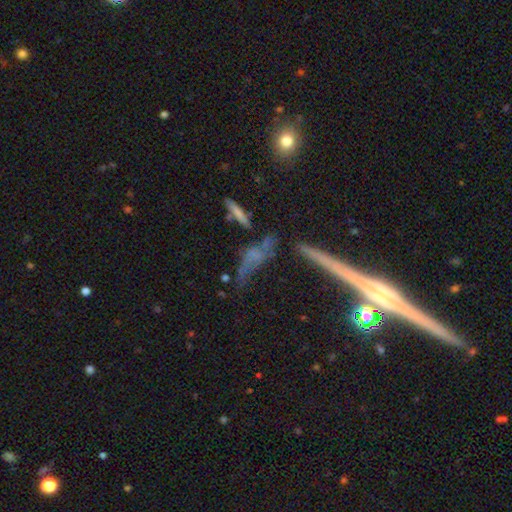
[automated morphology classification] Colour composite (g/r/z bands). It shows a featured or disk galaxy (58%) viewed edge-on (79%). Merging: none (61%).